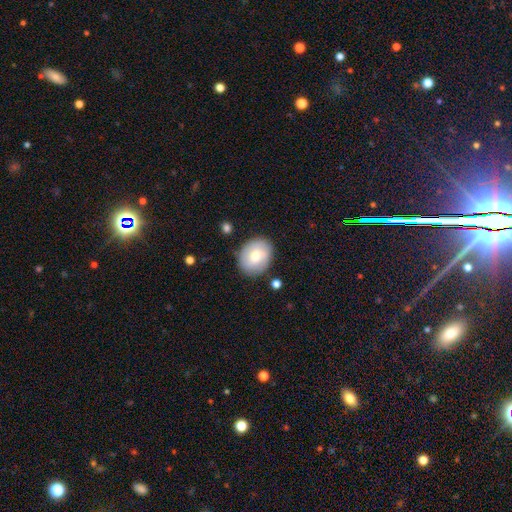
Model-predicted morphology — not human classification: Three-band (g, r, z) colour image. It shows a smooth galaxy with no disk features (67%) that is round (59%). Merging: none (85%).